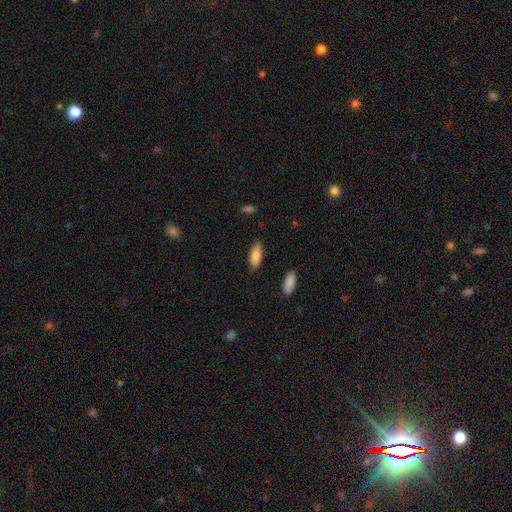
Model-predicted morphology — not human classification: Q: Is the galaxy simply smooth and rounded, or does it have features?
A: smooth — 87%.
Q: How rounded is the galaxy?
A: in between — 78%.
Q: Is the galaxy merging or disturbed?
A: none — 86%.